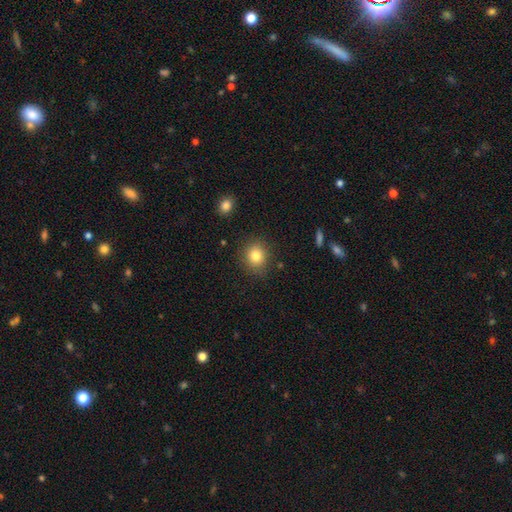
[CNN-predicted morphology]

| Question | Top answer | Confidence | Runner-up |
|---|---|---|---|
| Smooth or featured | smooth | 82% | star or artifact (11%) |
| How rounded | round | 79% | in between (20%) |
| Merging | none | 86% | minor disturbance (10%) |